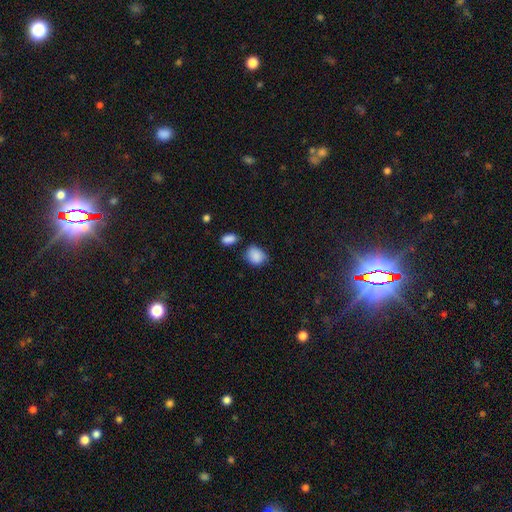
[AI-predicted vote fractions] This is clearly a smooth galaxy (87%). How rounded: possibly in between (58%). Merging: possibly none (56%).